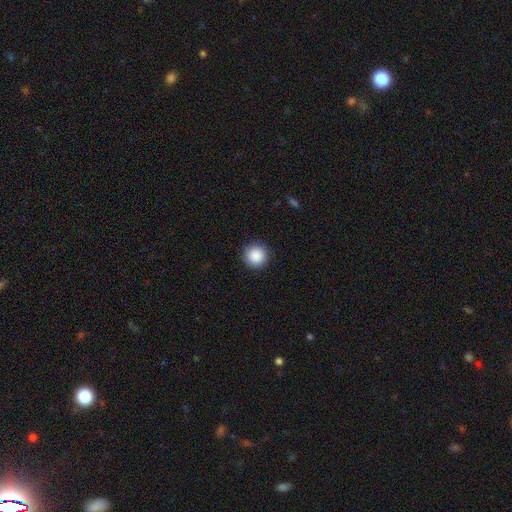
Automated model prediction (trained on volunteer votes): Smooth or featured? Predicted: smooth (p=0.89). How rounded? Predicted: round (p=0.96). Merging? Predicted: none (p=0.91).